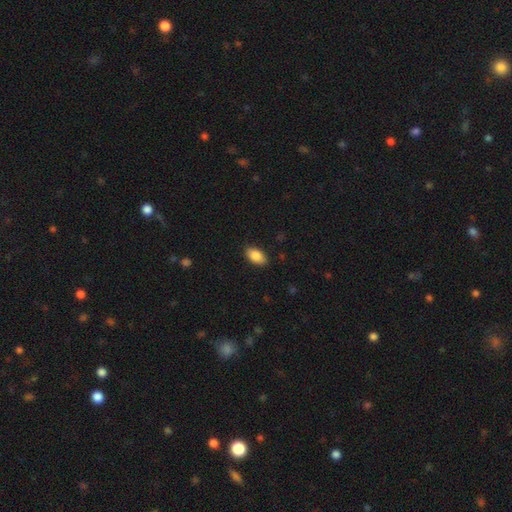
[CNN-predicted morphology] Smooth or featured: smooth — 87% (star or artifact — 7%)
How rounded: in between — 94% (round — 4%)
Merging: none — 88% (minor disturbance — 9%)